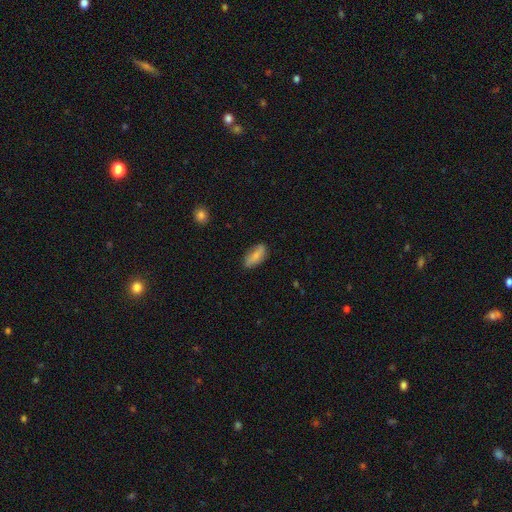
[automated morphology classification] A smooth galaxy with no disk features (77%) that is in between round and cigar-shaped (84%). Merging: none (76%).